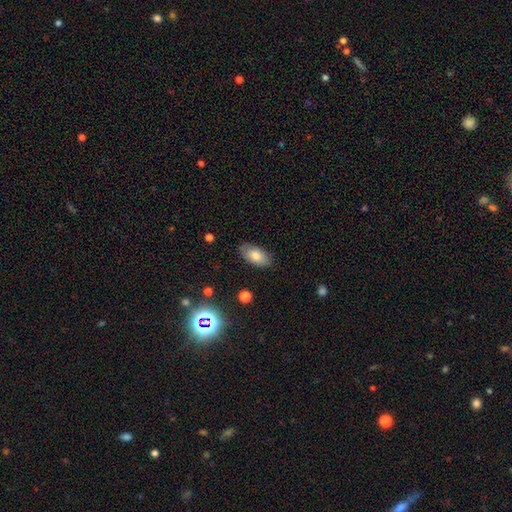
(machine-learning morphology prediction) smooth-or-featured: smooth: 80% | featured or disk: 12% | star or artifact: 8%
  how-rounded: in between: 93% | cigar-shaped: 4% | round: 3%
  merging: none: 85% | minor disturbance: 12% | major disturbance: 3% | merger: 1%